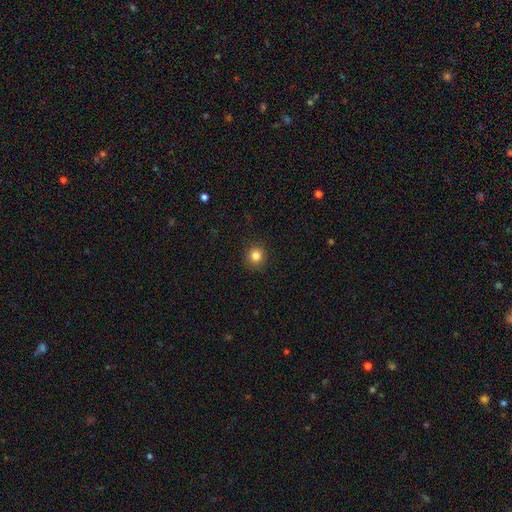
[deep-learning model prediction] A smooth galaxy with no disk features (84%) that is round (91%). Merging: none (90%).